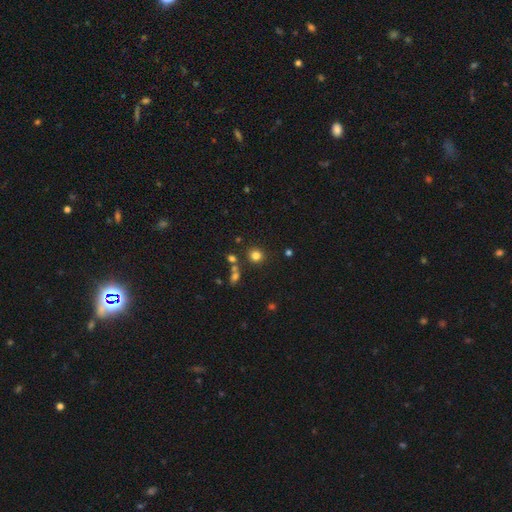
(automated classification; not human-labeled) Smooth or featured? smooth (78%)
How rounded? round (89%)
Merging? none (81%)